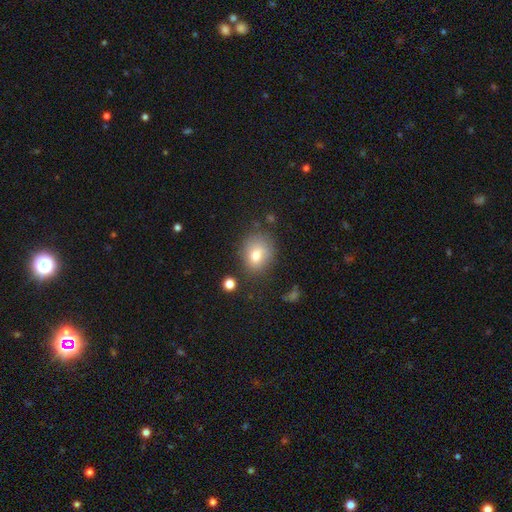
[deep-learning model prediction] A smooth galaxy with no disk features (74%) that is round (58%).

Vote fractions:
- Smooth or featured? smooth: 74% / featured or disk: 14% / star or artifact: 12%
- How rounded? round: 58% / in between: 41% / cigar-shaped: 1%
- Merging? none: 71% / minor disturbance: 18% / major disturbance: 6% / merger: 4%